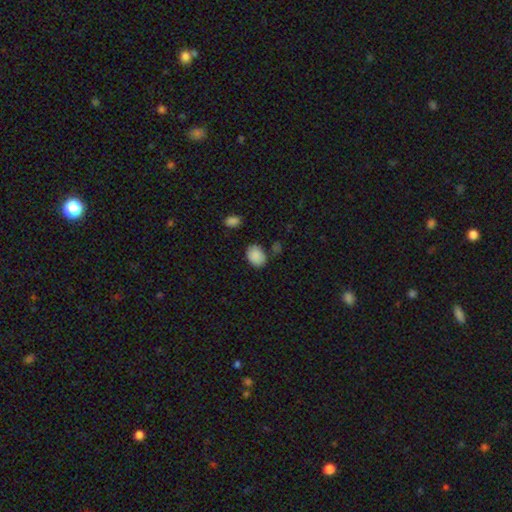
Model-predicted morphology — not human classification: smooth_or_featured: smooth (p=0.88) [alt: star or artifact p=0.08]
how_rounded: in between (p=0.69) [alt: round p=0.30]
merging: none (p=0.75) [alt: minor disturbance p=0.16]